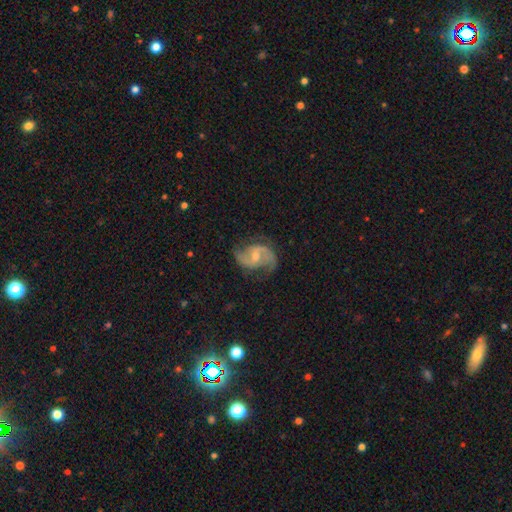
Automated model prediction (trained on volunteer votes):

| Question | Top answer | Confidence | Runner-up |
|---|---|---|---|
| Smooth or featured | featured or disk | 86% | smooth (9%) |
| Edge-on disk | no | 98% | yes (2%) |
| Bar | weak | 49% | no (36%) |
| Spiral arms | yes | 96% | no (4%) |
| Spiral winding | medium | 49% | loose (37%) |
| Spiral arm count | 2 | 91% | can't tell (3%) |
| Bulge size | small | 50% | moderate (44%) |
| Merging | none | 72% | minor disturbance (19%) |